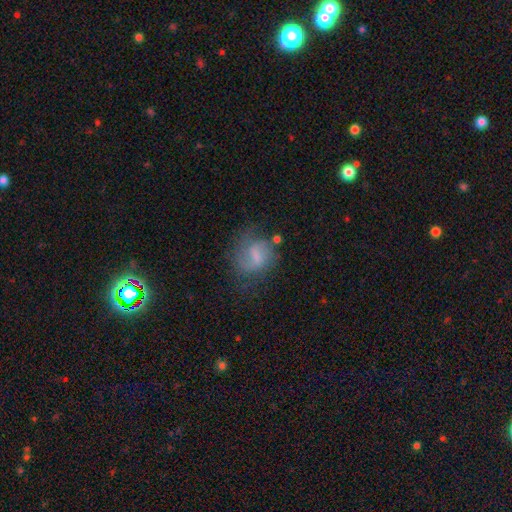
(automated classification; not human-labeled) Smooth or featured? Predicted: featured or disk (p=0.48). Merging? Predicted: none (p=0.50).